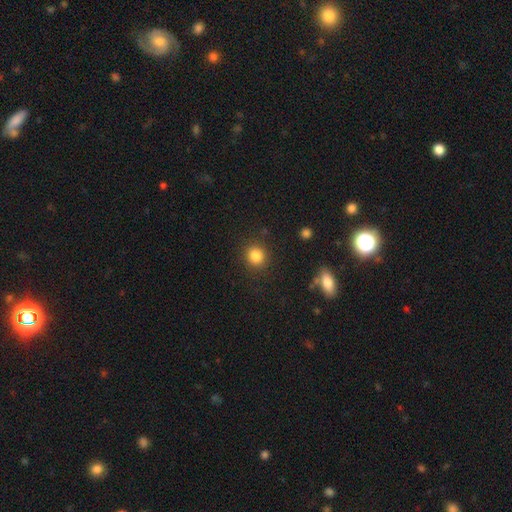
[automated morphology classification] smooth-or-featured: smooth: 84% | star or artifact: 11% | featured or disk: 5%
  how-rounded: round: 84% | in between: 15% | cigar-shaped: 1%
  merging: none: 88% | minor disturbance: 7% | major disturbance: 3% | merger: 2%